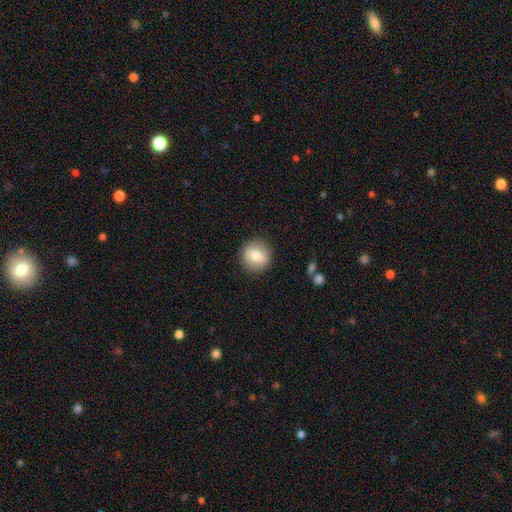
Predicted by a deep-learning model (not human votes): smooth 75%, featured or disk 16%, star or artifact 8%. Down the decision tree: how rounded — round (88%); merging — none (90%).